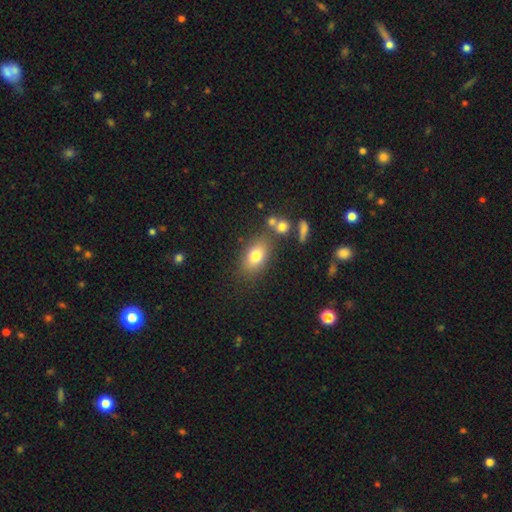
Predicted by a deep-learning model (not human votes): Smooth or featured? smooth (77%)
How rounded? in between (82%)
Merging? none (74%)